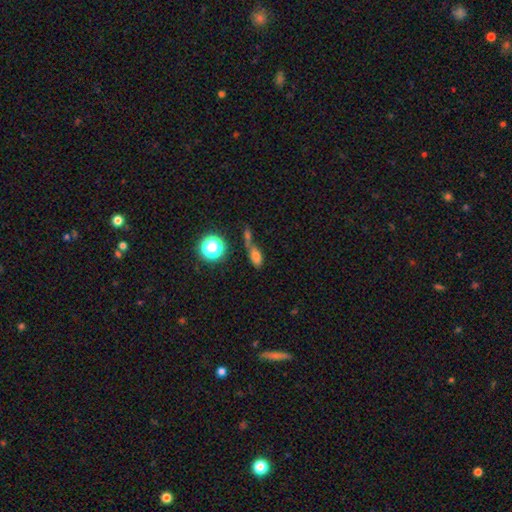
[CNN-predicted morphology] A smooth galaxy with no disk features (67%) that is in between round and cigar-shaped (75%).

Vote fractions:
- Smooth or featured? smooth: 67% / star or artifact: 20% / featured or disk: 13%
- How rounded? in between: 75% / round: 17% / cigar-shaped: 8%
- Merging? merger: 41% / none: 35% / minor disturbance: 13% / major disturbance: 10%